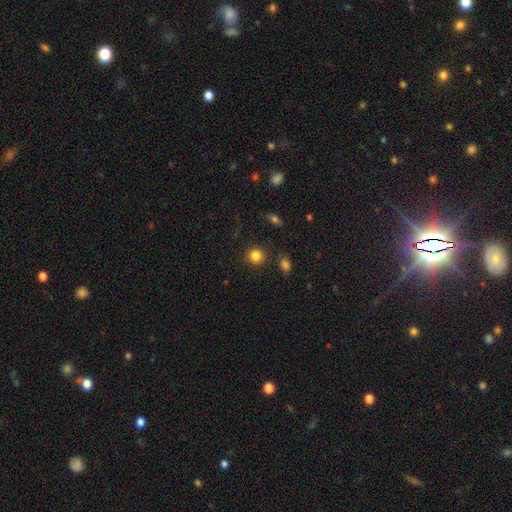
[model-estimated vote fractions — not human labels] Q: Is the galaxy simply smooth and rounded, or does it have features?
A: smooth — 83%.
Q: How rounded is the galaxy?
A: round — 88%.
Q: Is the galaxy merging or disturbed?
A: none — 87%.